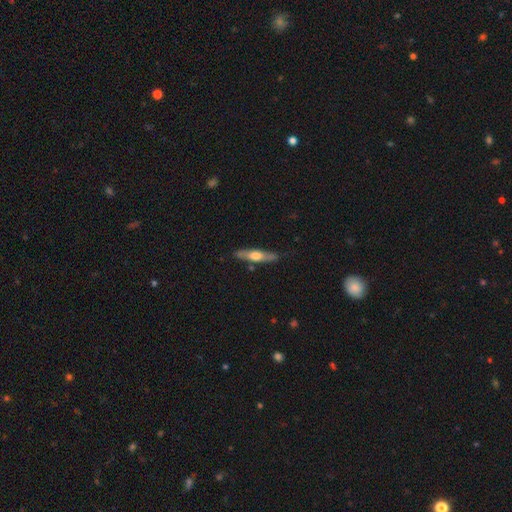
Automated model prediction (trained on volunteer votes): Morphology: type=featured or disk (49%); merging=none (81%).